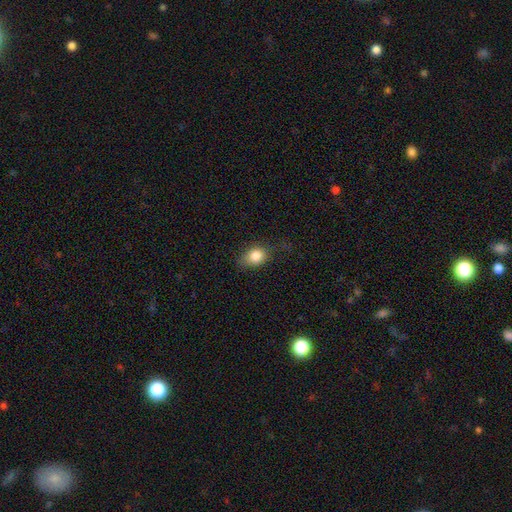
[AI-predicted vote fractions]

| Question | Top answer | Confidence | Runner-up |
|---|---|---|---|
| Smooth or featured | smooth | 82% | star or artifact (9%) |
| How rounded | in between | 58% | round (40%) |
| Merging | none | 65% | minor disturbance (26%) |